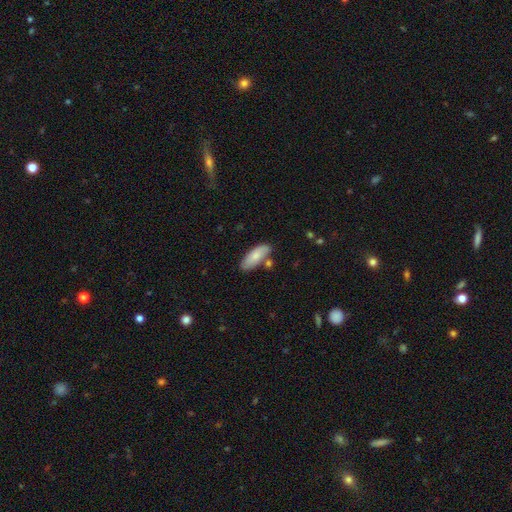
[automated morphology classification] Smooth or featured?
  - smooth: 80% *
  - featured or disk: 14%
  - star or artifact: 6%
How rounded?
  - in between: 76% *
  - cigar-shaped: 22%
  - round: 2%
Merging?
  - none: 73% *
  - minor disturbance: 16%
  - merger: 8%
  - major disturbance: 3%